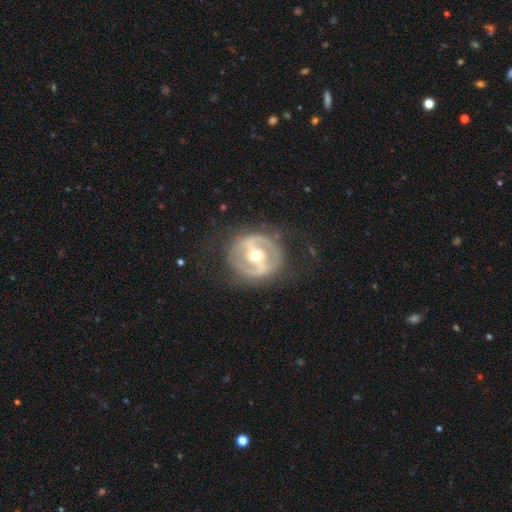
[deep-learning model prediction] Overall: featured or disk (82%). Edge-on disk: no (95%). Bar: strong (59%; weak 28%). Spiral arms: yes (64%; no 36%). Bulge size: moderate (72%). Merging: none (76%).